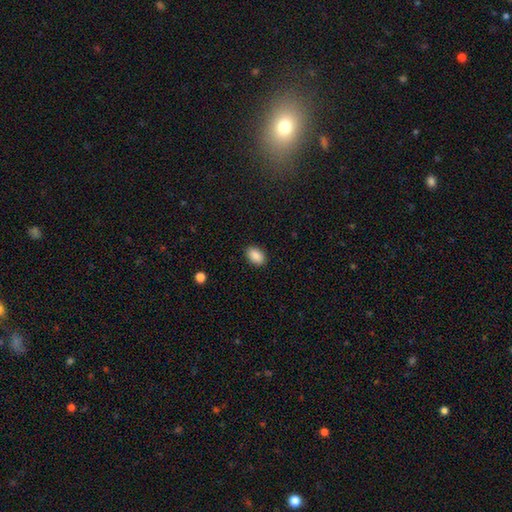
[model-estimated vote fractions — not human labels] Morphology: type=smooth (88%); roundness=in between (89%); merging=none (89%).